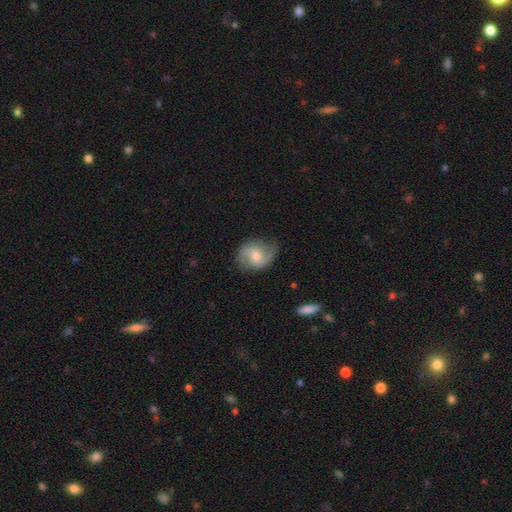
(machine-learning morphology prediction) This is likely a featured or disk galaxy (64%). It is clearly not viewed edge-on (97%). Bar: possibly no (52%). Spiral arm pattern: clearly yes (91%). Spiral arm count: clearly 2 (85%). Spiral winding: possibly medium (45%). Central bulge: possibly moderate (54%). Merging: likely none (71%).